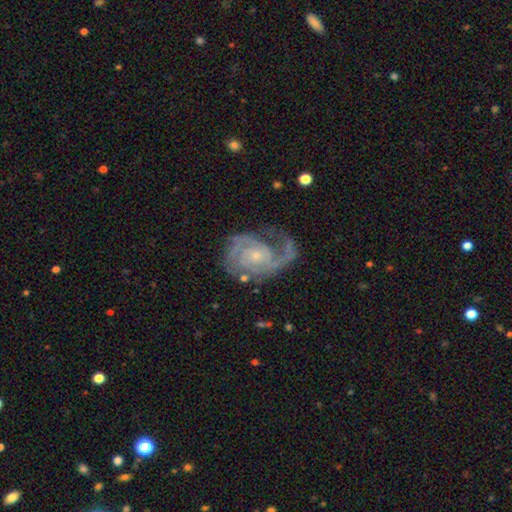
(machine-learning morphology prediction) The model was most divided on "spiral winding": tight: 45%, medium: 43%, loose: 12%. More confident: edge-on disk — no (98%); spiral arms — yes (97%); smooth or featured — featured or disk (90%); bulge size — small (74%); bar — no (70%); spiral arm count — 2 (60%); merging — none (59%).